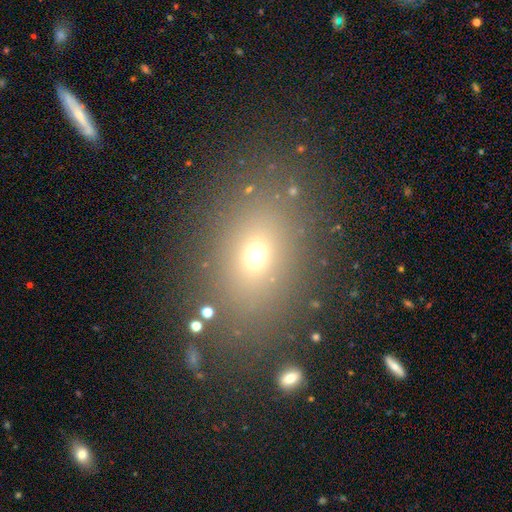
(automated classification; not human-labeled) Smooth or featured? smooth (65%)
How rounded? in between (64%)
Merging? none (83%)